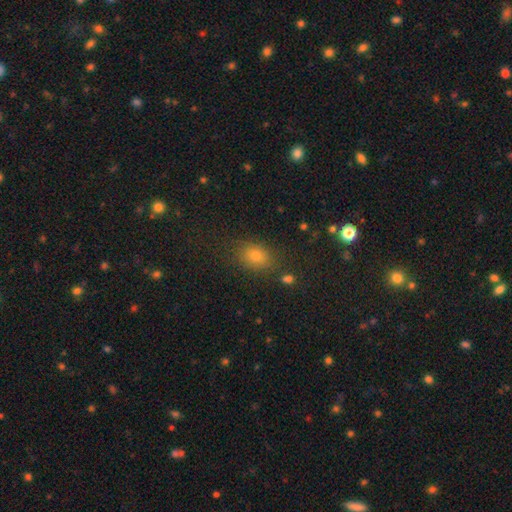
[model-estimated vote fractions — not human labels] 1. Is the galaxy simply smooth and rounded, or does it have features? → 73% smooth, 18% star or artifact, 9% featured or disk.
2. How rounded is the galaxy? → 61% in between, 37% round, 2% cigar-shaped.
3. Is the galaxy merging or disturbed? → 81% none, 12% minor disturbance, 4% major disturbance, 3% merger.